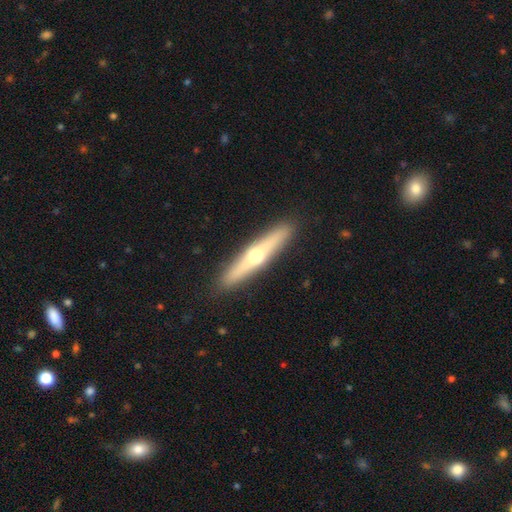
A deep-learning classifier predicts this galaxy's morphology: smooth_or_featured: featured or disk (p=0.59) [alt: smooth p=0.35]
disk_edge_on: yes (p=0.94) [alt: no p=0.06]
edge_on_bulge: rounded (p=0.91) [alt: none p=0.07]
merging: none (p=0.91) [alt: minor disturbance p=0.07]